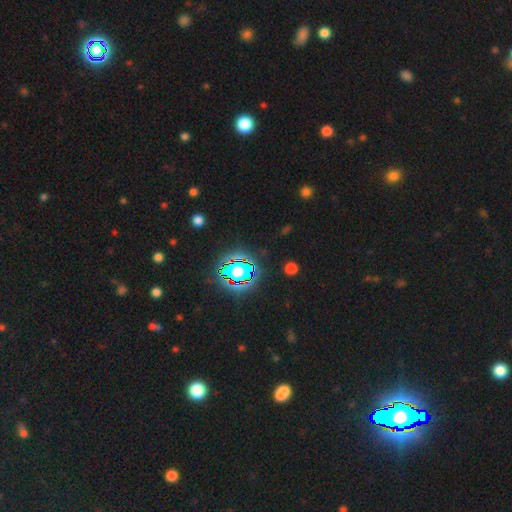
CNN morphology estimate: A star or artifact, not a galaxy (83%).

Vote fractions:
- Smooth or featured? star or artifact: 83% / smooth: 11% / featured or disk: 7%